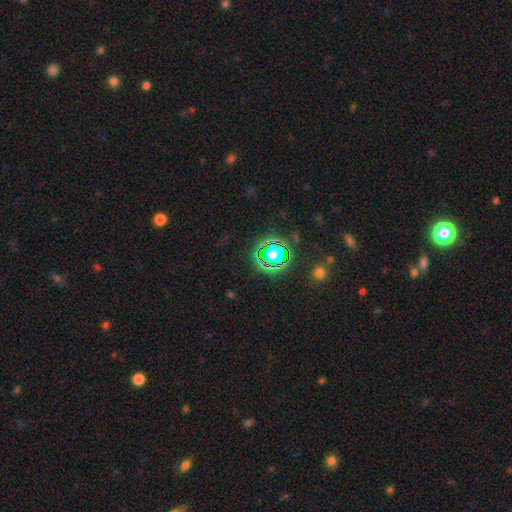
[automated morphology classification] Q: Smooth or featured?
A: star or artifact (77%); runner-up: smooth (15%)